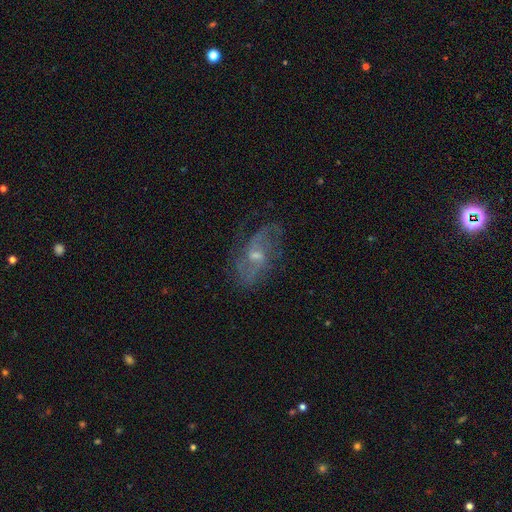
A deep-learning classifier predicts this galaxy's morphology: smooth-or-featured: featured or disk: 78% | smooth: 13% | star or artifact: 9%
  disk-edge-on: no: 95% | yes: 5%
    bar: weak: 49% | no: 42% | strong: 9%
    has-spiral-arms: yes: 88% | no: 12%
      spiral-winding: medium: 42% (tied) | loose: 42% (tied) | tight: 16%
      spiral-arm-count: 2: 60% | can't tell: 20% | 3: 9% | 1: 6% | 4: 3% | more than 4: 3%
    bulge-size: small: 49% | moderate: 42% | none: 5% | large: 2% | dominant: 1%
  merging: none: 65% | minor disturbance: 19% | major disturbance: 14% | merger: 2%